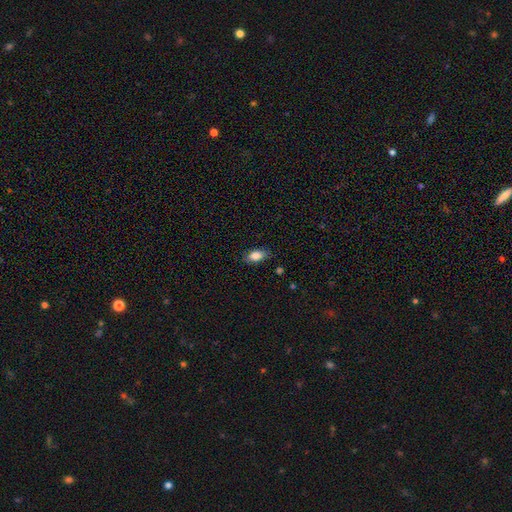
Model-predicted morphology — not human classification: Overall: smooth (85%). How rounded: in between (88%). Merging: none (81%).